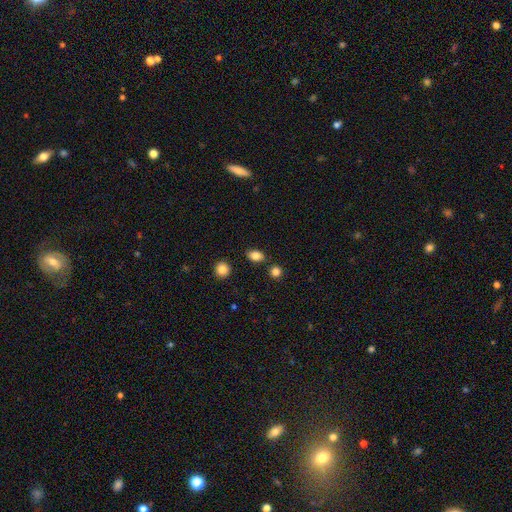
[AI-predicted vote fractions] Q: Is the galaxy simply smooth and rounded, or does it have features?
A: smooth — 83%.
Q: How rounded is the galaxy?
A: in between — 77%.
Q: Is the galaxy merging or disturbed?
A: none — 83%.